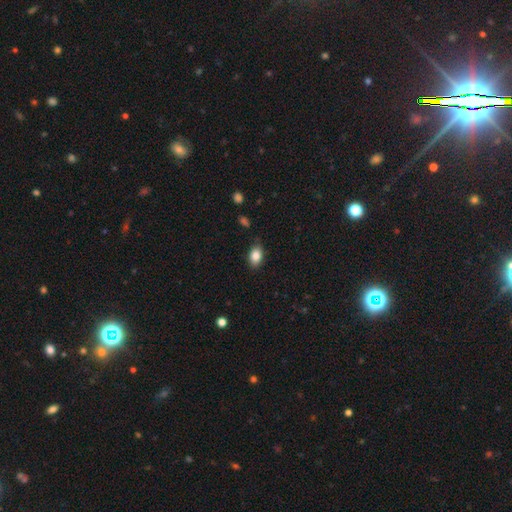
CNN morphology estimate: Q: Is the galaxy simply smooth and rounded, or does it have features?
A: smooth — 85%.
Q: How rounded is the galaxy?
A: in between — 86%.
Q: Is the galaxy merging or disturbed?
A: none — 85%.